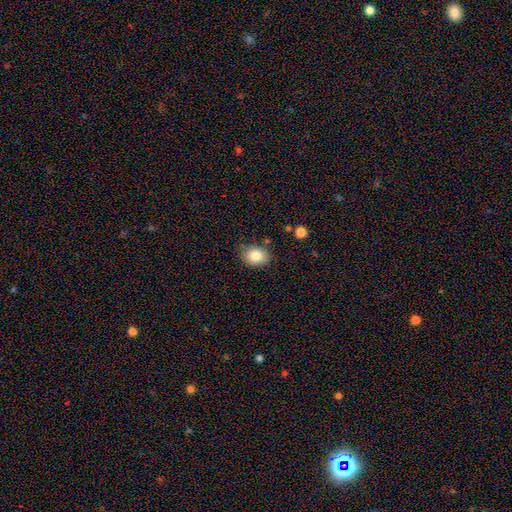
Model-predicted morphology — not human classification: A smooth galaxy with no disk features (82%) that is in between round and cigar-shaped (55%). Merging: none (79%).